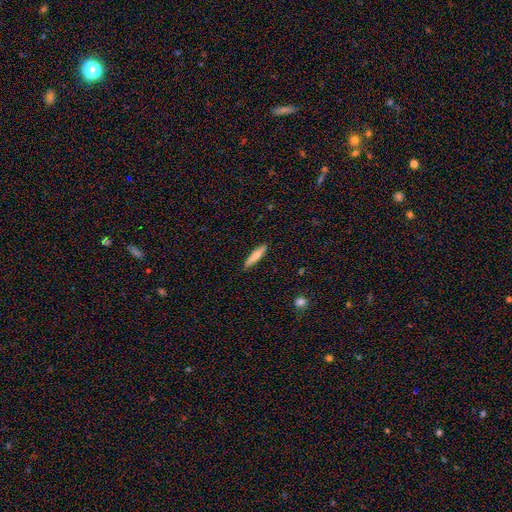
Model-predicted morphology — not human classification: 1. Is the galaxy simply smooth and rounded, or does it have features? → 75% smooth, 19% featured or disk, 6% star or artifact.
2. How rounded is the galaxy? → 89% cigar-shaped, 10% in between, 1% round.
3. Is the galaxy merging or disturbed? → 87% none, 10% minor disturbance, 2% major disturbance, 1% merger.